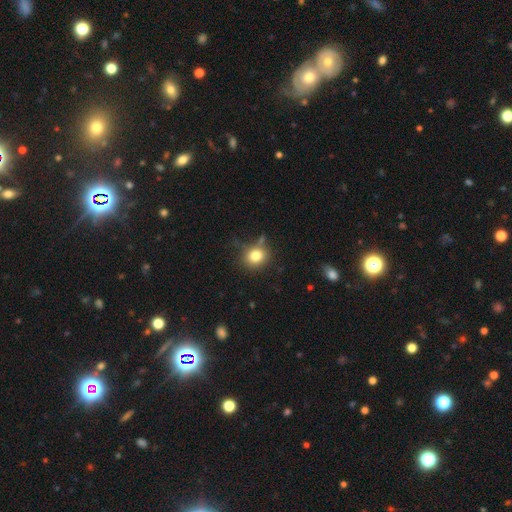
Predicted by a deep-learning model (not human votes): A smooth galaxy with no disk features (80%) that is round (75%). Merging: none (74%).